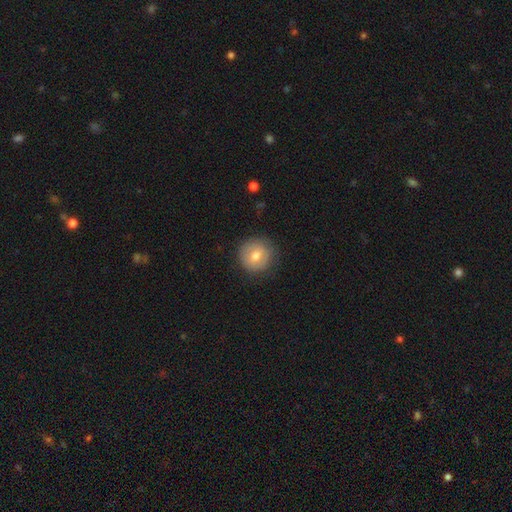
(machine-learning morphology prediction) Overall: smooth (71%). How rounded: round (93%). Merging: none (84%).